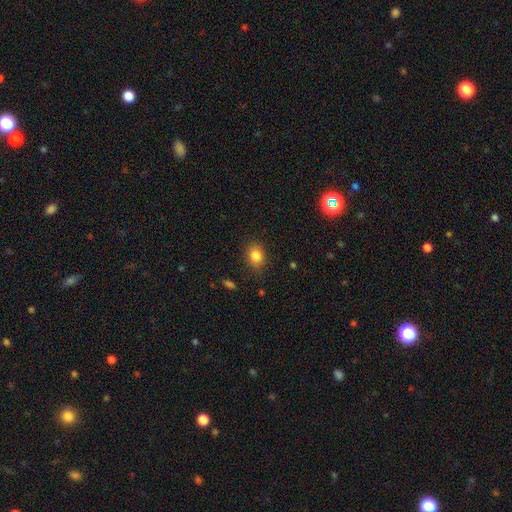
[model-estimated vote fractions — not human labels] A smooth galaxy with no disk features (84%) that is in between round and cigar-shaped (58%). Merging: none (83%).